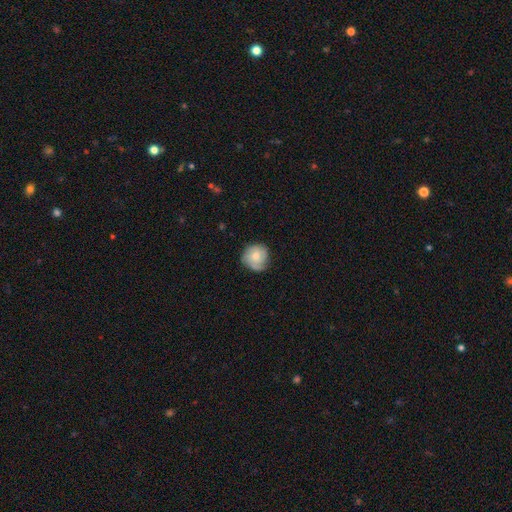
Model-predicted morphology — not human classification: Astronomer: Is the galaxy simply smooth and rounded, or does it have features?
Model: featured or disk — 47% (runner-up: smooth, 46%).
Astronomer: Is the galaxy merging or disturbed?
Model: none — 69%.